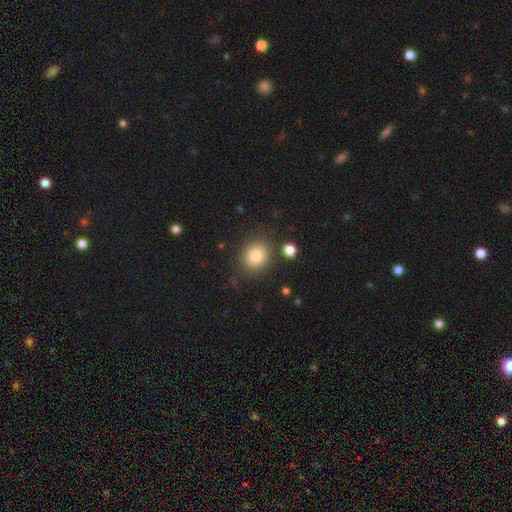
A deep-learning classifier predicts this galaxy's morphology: type=smooth (83%); roundness=round (69%); merging=none (83%).